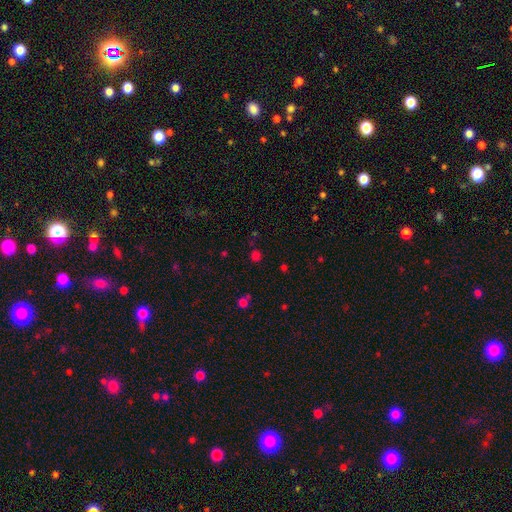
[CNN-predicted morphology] A smooth galaxy with no disk features (63%) that is round (86%). Merging: none (83%).